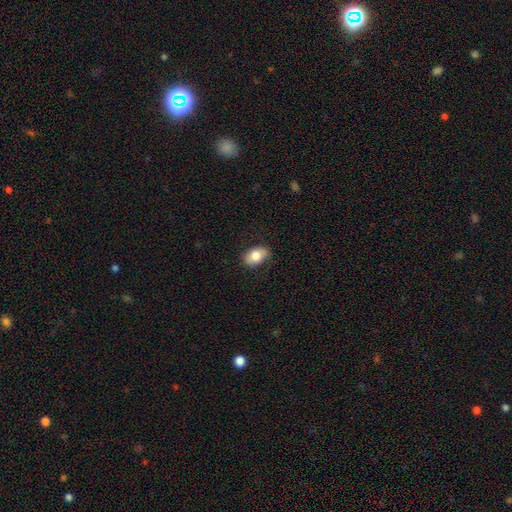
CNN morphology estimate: Overall: smooth (80%). How rounded: in between (86%). Merging: none (79%).